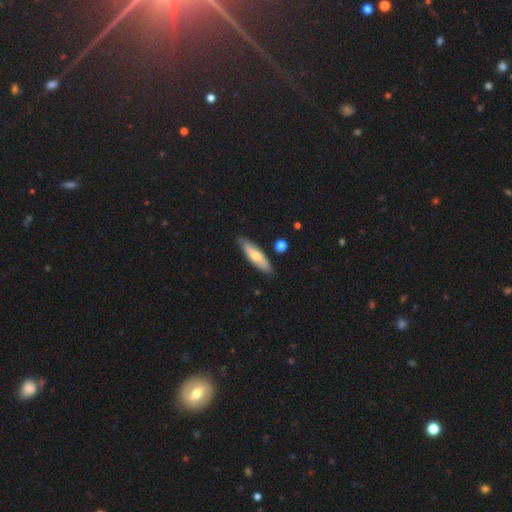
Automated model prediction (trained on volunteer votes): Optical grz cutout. It shows a smooth galaxy with no disk features (63%) that is cigar-shaped (59%). Merging: none (83%).